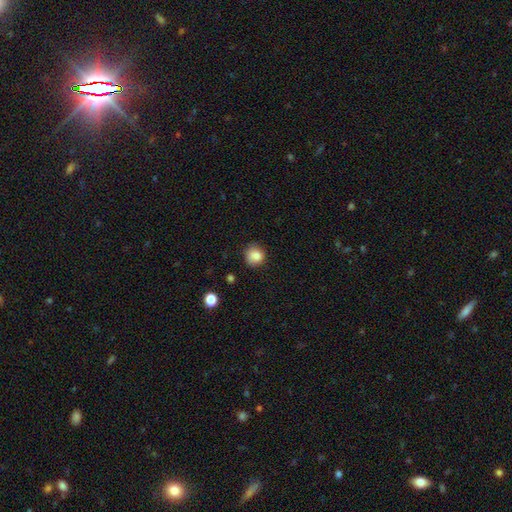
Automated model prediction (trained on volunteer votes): Q: Smooth or featured?
A: smooth (83%); runner-up: star or artifact (10%)
Q: How rounded?
A: round (90%); runner-up: in between (9%)
Q: Merging?
A: none (81%); runner-up: minor disturbance (14%)